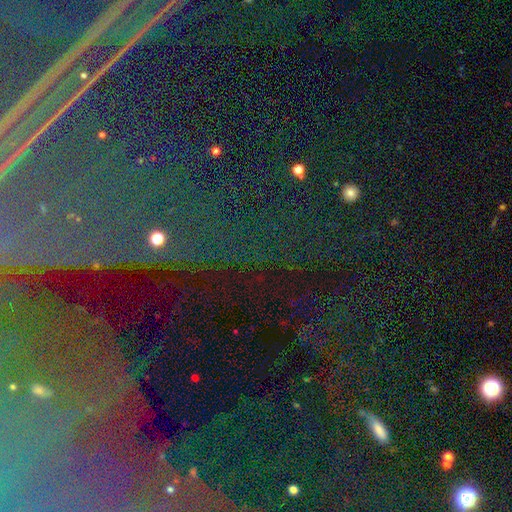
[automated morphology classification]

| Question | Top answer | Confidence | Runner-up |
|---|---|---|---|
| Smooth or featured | star or artifact | 76% | featured or disk (13%) |